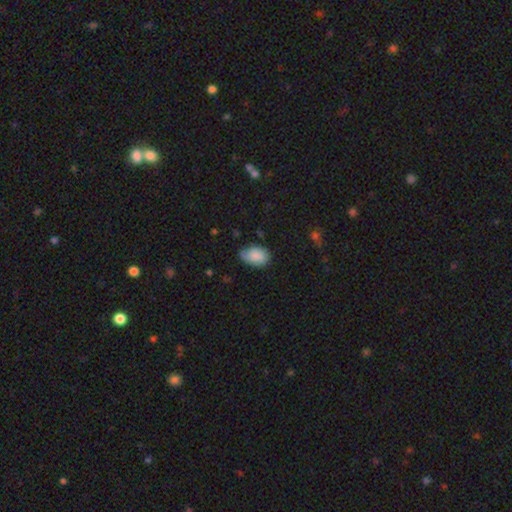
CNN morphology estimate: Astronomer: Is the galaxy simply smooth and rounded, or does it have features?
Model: smooth — 83%.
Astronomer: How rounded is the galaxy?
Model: in between — 88%.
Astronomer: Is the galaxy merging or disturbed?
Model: none — 65%.